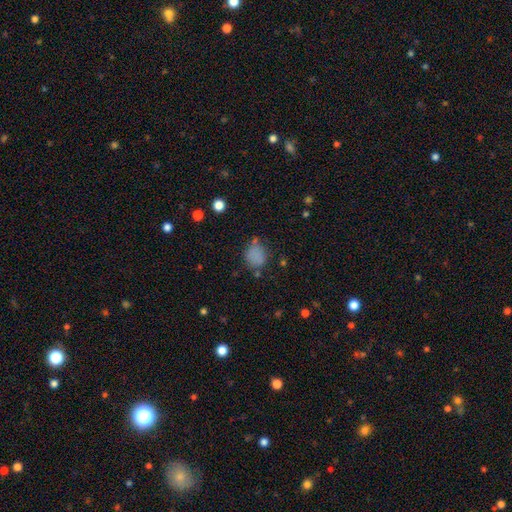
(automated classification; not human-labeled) smooth-or-featured: smooth: 78% | star or artifact: 14% | featured or disk: 8%
  how-rounded: round: 61% | in between: 38% | cigar-shaped: 1%
  merging: none: 60% | minor disturbance: 23% | major disturbance: 10% | merger: 7%